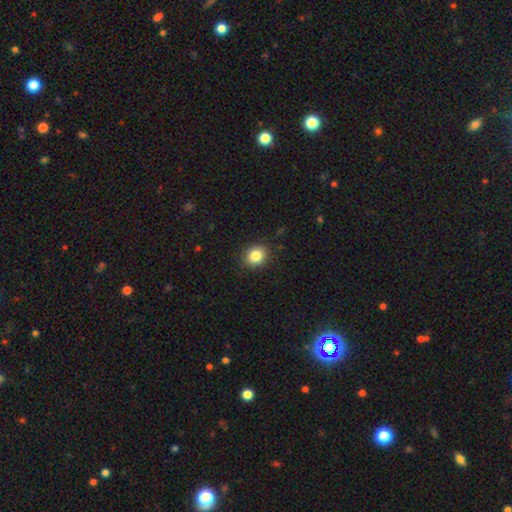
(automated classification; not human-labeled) Overall: smooth (84%). How rounded: round (67%; in between 32%). Merging: none (89%).